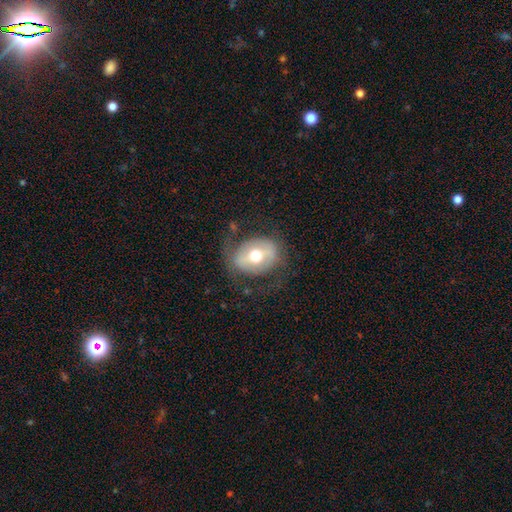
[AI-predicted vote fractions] Morphology: type=featured or disk (48%); merging=none (67%).